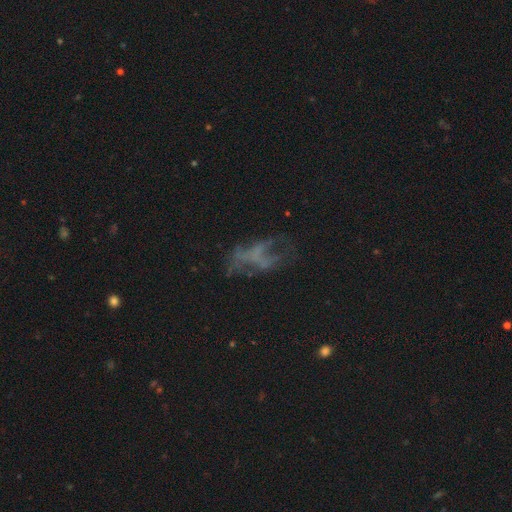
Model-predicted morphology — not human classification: type=featured or disk (55%); edge-on=no (94%); bar=no (85%); spiral arms=no (83%); bulge=none (83%); merging=major disturbance (40%).